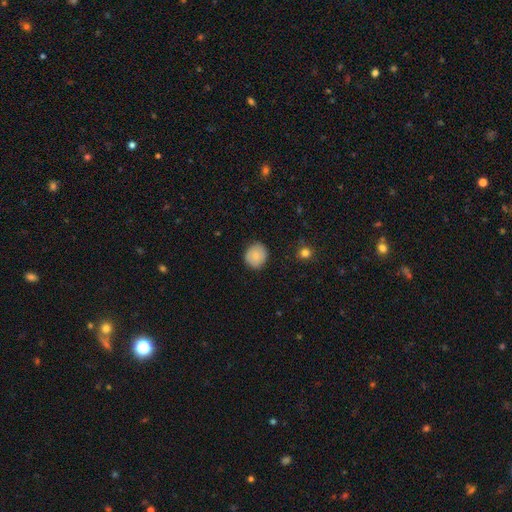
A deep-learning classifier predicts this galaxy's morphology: Q: Smooth or featured?
A: smooth (81%); runner-up: featured or disk (12%)
Q: How rounded?
A: round (83%); runner-up: in between (16%)
Q: Merging?
A: none (85%); runner-up: minor disturbance (12%)